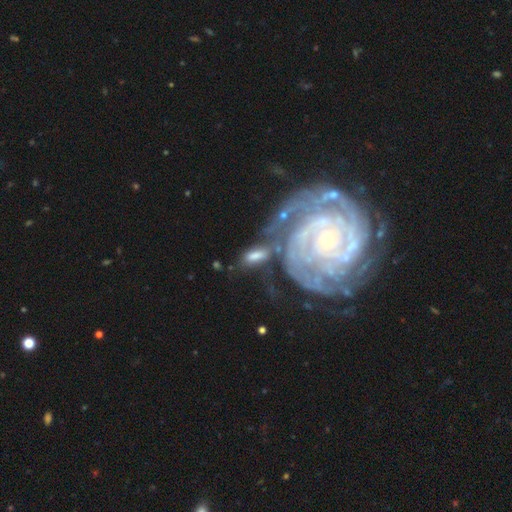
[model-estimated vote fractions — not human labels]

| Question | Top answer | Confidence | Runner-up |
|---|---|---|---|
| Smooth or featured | smooth | 53% | featured or disk (39%) |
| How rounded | in between | 84% | cigar-shaped (10%) |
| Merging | none | 44% | merger (22%) |